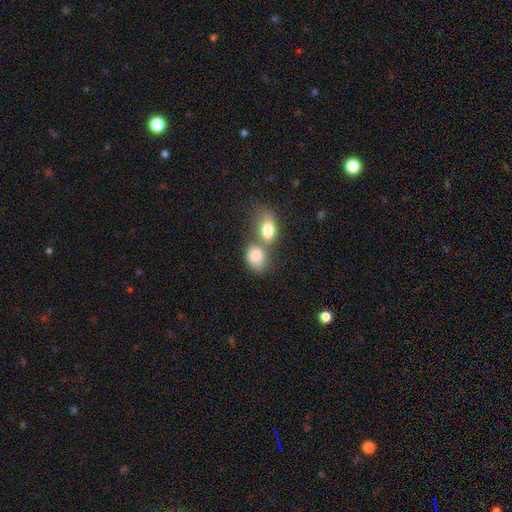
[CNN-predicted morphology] A smooth galaxy with no disk features (82%) that is in between round and cigar-shaped (71%). Merging: merger (58%).